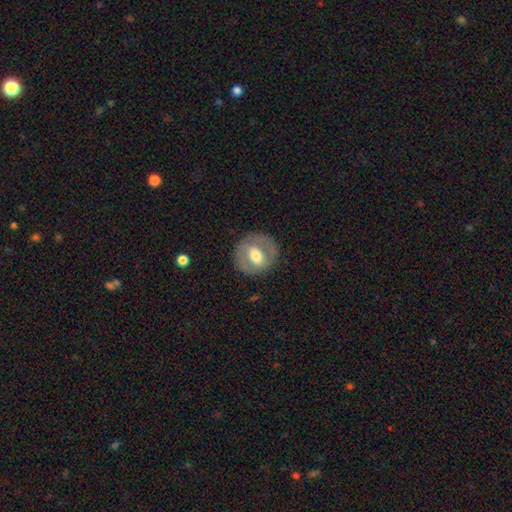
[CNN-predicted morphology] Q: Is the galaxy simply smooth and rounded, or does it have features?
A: smooth — 47%, tied with featured or disk.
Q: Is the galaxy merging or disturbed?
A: none — 82%.